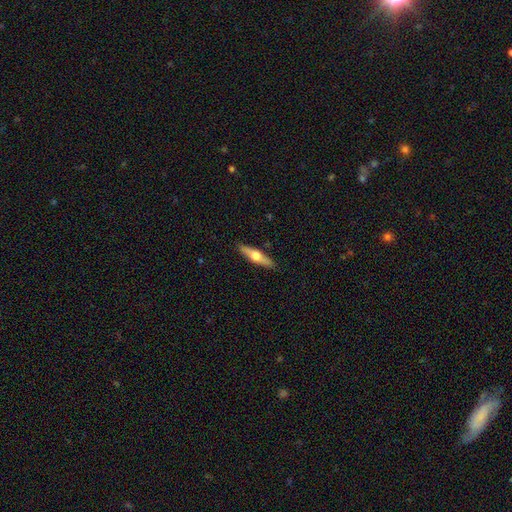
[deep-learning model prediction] This is possibly a featured or disk galaxy (54%). It is clearly viewed edge-on (93%). Edge-on bulge: clearly rounded (94%). Merging: clearly none (90%).